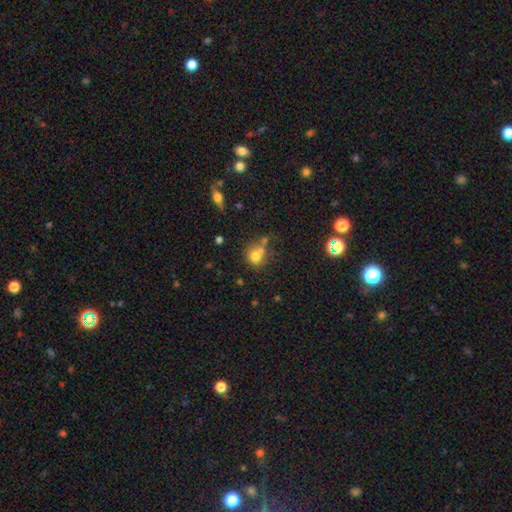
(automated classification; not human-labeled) smooth 72%, star or artifact 14%, featured or disk 13%. Down the decision tree: how rounded — round (77%); merging — none (45%).